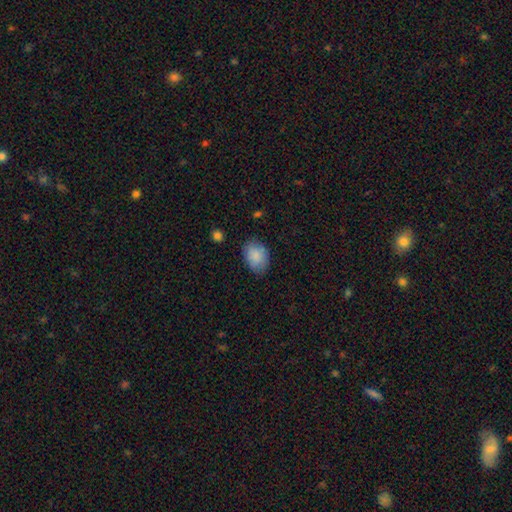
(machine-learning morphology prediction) This is clearly a smooth galaxy (87%). How rounded: likely in between (73%). Merging: likely none (79%).